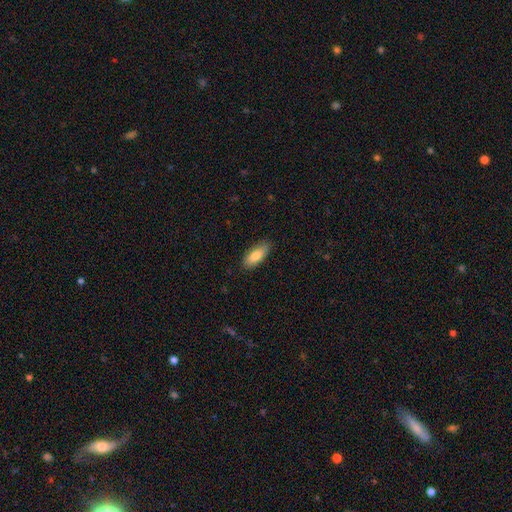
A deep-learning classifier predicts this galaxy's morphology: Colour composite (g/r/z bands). It shows a smooth galaxy with no disk features (80%) that is in between round and cigar-shaped (79%). Merging: none (86%).